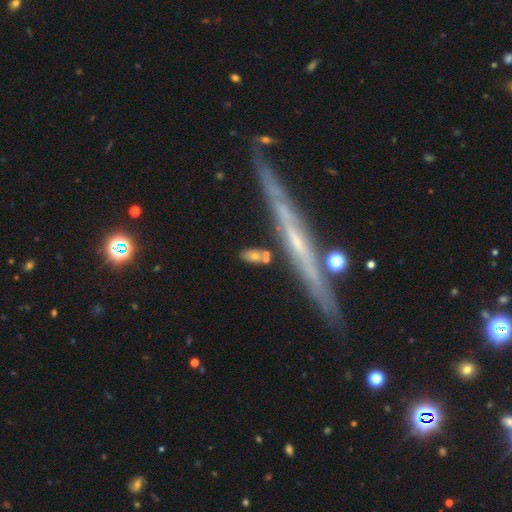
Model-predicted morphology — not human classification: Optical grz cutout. It shows a smooth galaxy with no disk features (66%) that is in between round and cigar-shaped (66%). Merging: none (66%).